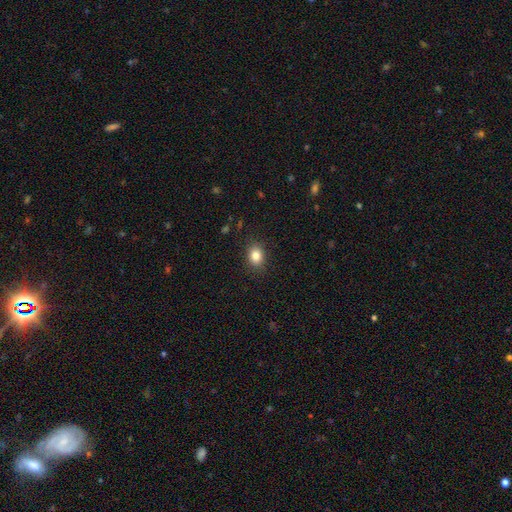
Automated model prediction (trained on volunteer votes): Morphology: type=smooth (84%); roundness=in between (55%); merging=none (88%).